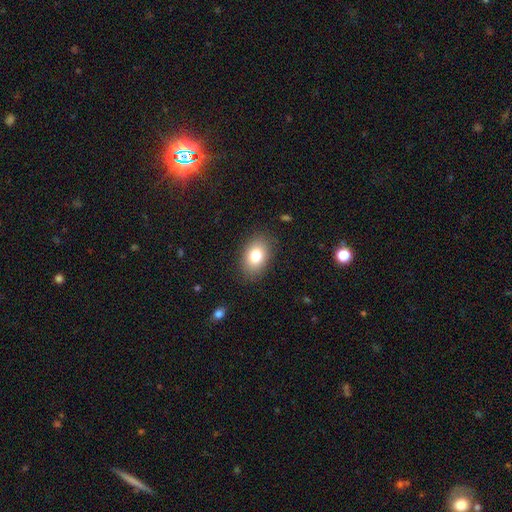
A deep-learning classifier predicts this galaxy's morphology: smooth 80%, featured or disk 11%, star or artifact 9%. Down the decision tree: how rounded — in between (83%); merging — none (85%).